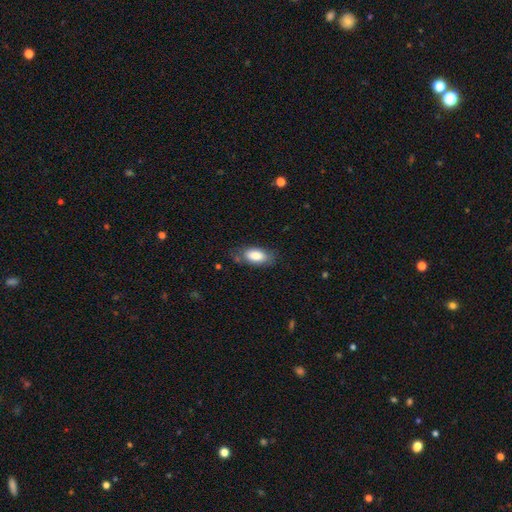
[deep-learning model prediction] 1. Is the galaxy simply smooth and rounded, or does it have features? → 83% smooth, 10% featured or disk, 7% star or artifact.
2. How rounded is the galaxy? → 90% in between, 7% cigar-shaped, 3% round.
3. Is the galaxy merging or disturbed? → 73% none, 19% minor disturbance, 6% major disturbance, 2% merger.